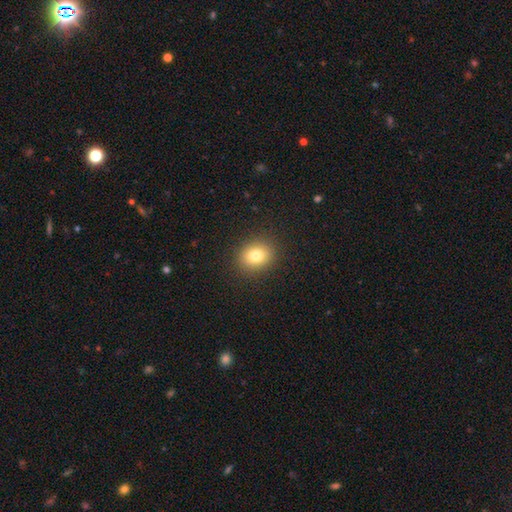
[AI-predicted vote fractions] Smooth or featured: smooth — 79% (star or artifact — 12%)
How rounded: round — 63% (in between — 36%)
Merging: none — 89% (minor disturbance — 7%)